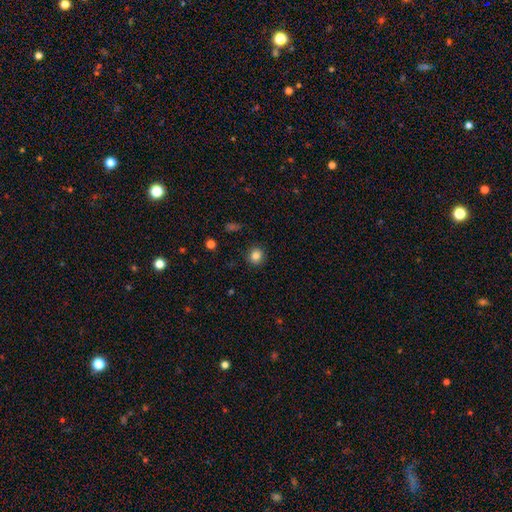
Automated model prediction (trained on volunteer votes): Smooth or featured? Predicted: smooth (p=0.84). How rounded? Predicted: round (p=0.88). Merging? Predicted: none (p=0.89).